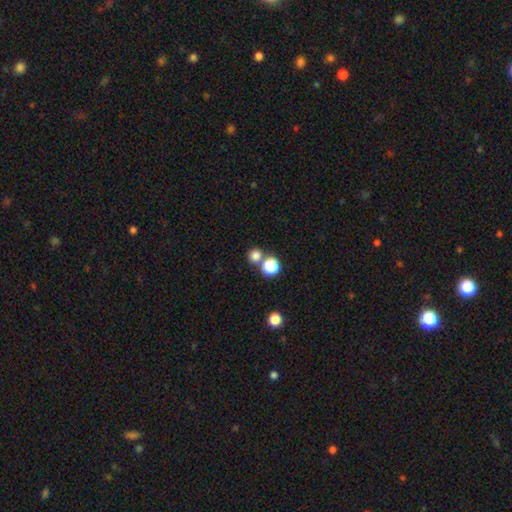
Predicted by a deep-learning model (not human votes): The model was most divided on "merging": none: 63%, merger: 29%, minor disturbance: 6%, major disturbance: 2%. More confident: how rounded — round (89%); smooth or featured — smooth (80%).